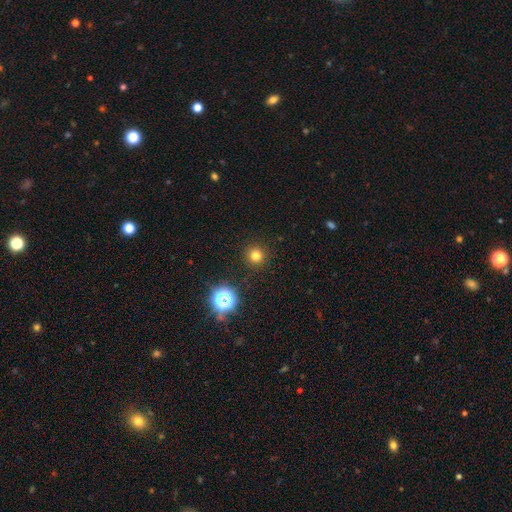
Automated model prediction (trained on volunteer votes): This is likely a smooth galaxy (76%). How rounded: clearly round (96%). Merging: clearly none (92%).